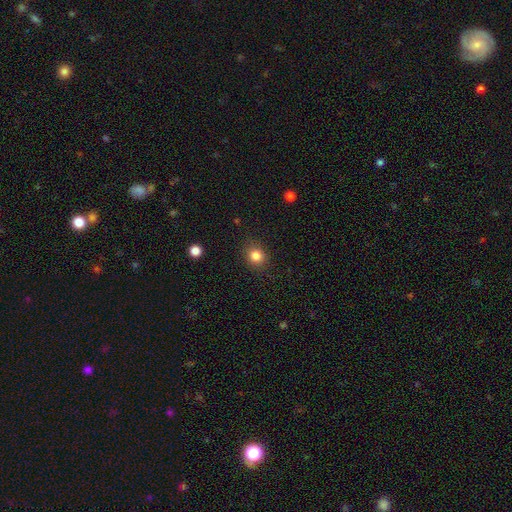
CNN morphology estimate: Smooth or featured? Predicted: smooth (p=0.83). How rounded? Predicted: round (p=0.80). Merging? Predicted: none (p=0.88).